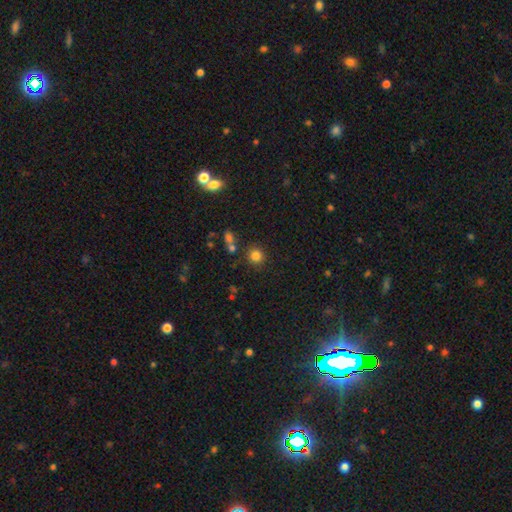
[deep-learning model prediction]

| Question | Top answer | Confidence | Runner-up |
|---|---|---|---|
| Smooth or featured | smooth | 81% | star or artifact (13%) |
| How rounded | round | 90% | in between (9%) |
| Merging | none | 82% | minor disturbance (8%) |